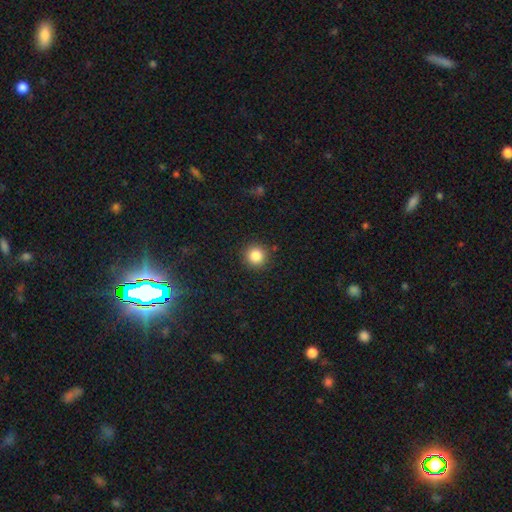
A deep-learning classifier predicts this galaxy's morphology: A smooth galaxy with no disk features (85%) that is round (95%).

Vote fractions:
- Smooth or featured? smooth: 85% / star or artifact: 11% / featured or disk: 5%
- How rounded? round: 95% / in between: 4% / cigar-shaped: 1%
- Merging? none: 91% / minor disturbance: 6% / major disturbance: 2% / merger: 1%